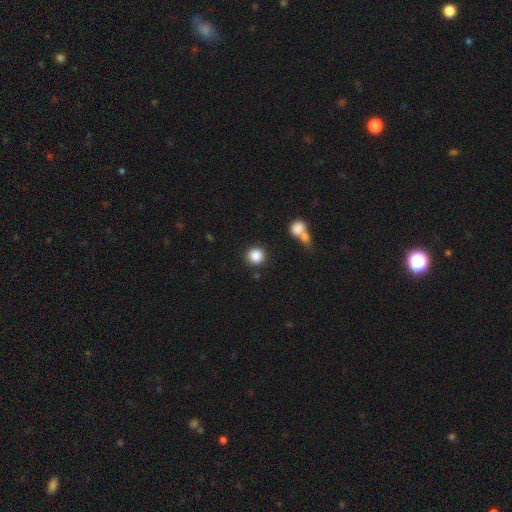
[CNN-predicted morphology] The model was most divided on "merging": none: 84%, minor disturbance: 7%, merger: 6%, major disturbance: 3%. More confident: how rounded — round (92%); smooth or featured — smooth (87%).